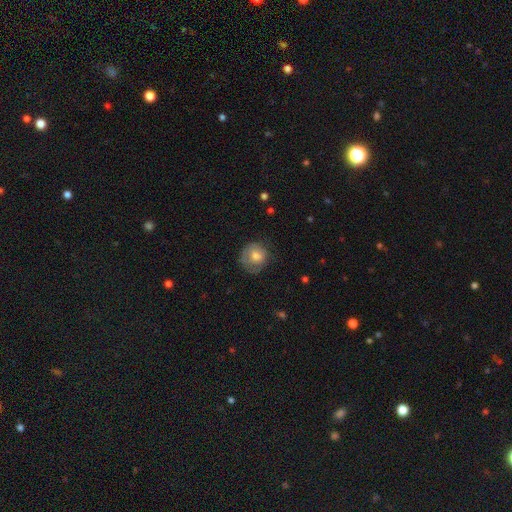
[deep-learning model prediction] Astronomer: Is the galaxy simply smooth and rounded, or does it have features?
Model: smooth — 69%.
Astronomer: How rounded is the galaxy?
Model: round — 83%.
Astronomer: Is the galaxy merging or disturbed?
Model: none — 59%.